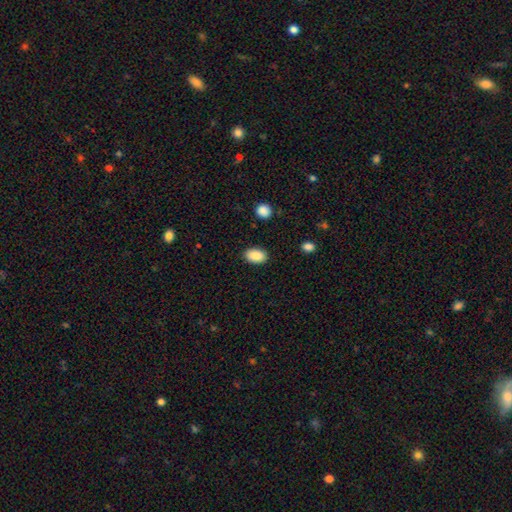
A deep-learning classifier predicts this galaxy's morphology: A smooth galaxy with no disk features (88%) that is in between round and cigar-shaped (91%). Merging: none (88%).